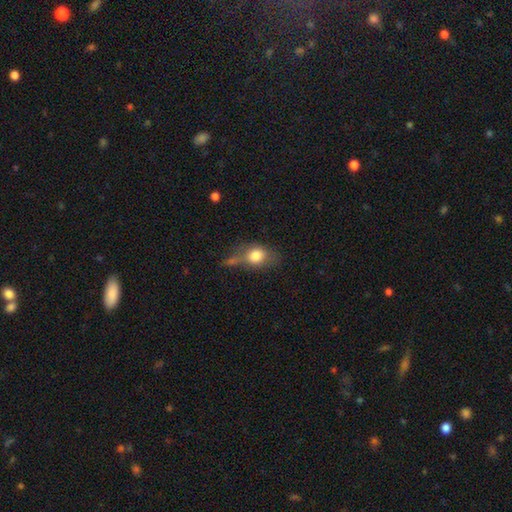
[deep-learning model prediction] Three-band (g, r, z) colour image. It shows a smooth galaxy with no disk features (76%) that is in between round and cigar-shaped (59%). Merging: none (39%).